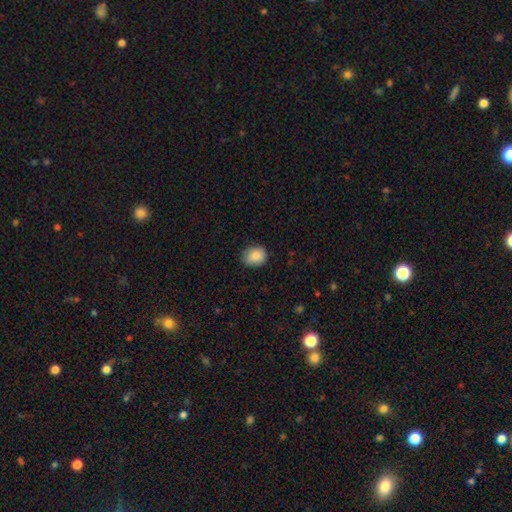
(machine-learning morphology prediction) smooth 86%, star or artifact 8%, featured or disk 5%. Down the decision tree: how rounded — round (62%); merging — none (82%).